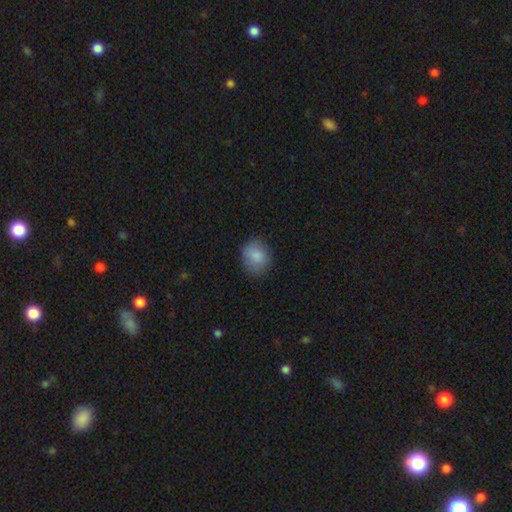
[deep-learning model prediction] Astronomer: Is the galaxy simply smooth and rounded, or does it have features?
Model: smooth — 86%.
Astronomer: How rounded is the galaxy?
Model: round — 65%.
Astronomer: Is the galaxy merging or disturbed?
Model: none — 81%.